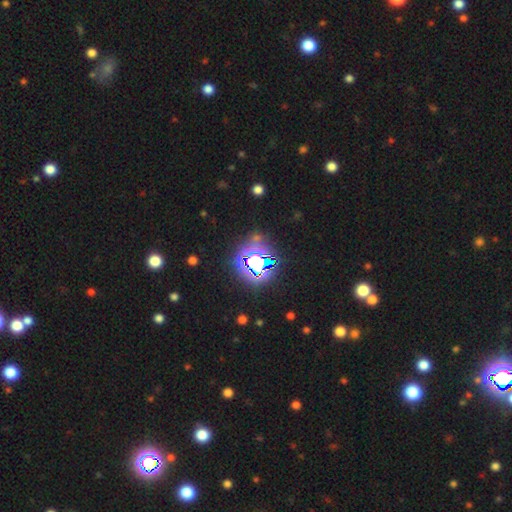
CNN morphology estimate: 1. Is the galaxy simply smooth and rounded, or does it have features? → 80% star or artifact, 13% smooth, 7% featured or disk.